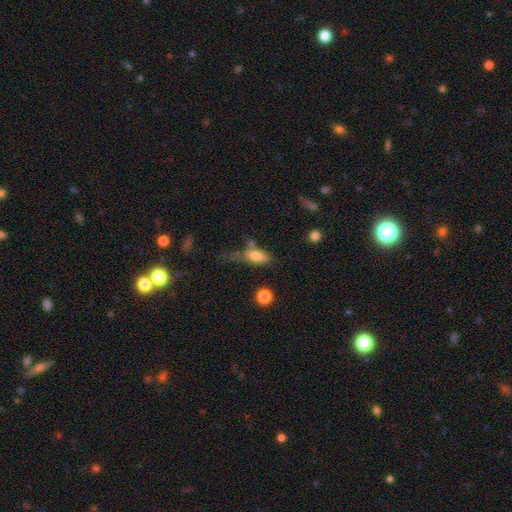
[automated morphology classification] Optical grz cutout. It shows a smooth galaxy with no disk features (77%) that is in between round and cigar-shaped (82%). Merging: none (38%).